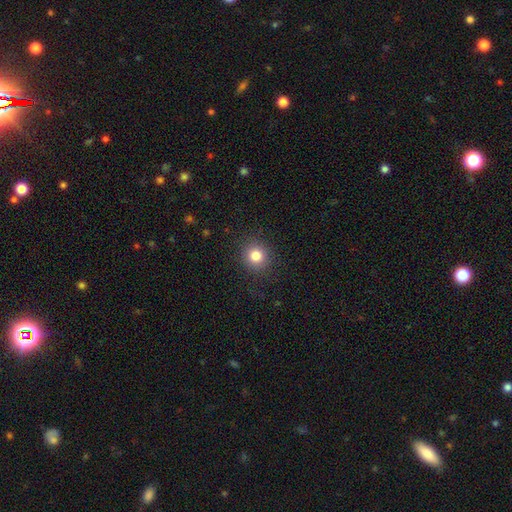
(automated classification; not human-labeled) smooth-or-featured: smooth: 82% | star or artifact: 12% | featured or disk: 6%
  how-rounded: round: 90% | in between: 9% | cigar-shaped: 1%
  merging: none: 90% | minor disturbance: 7% | major disturbance: 3% | merger: 1%